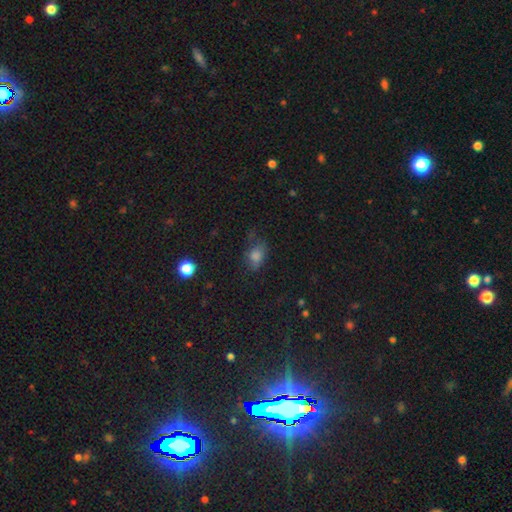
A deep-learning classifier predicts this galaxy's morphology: Overall: smooth (70%). How rounded: in between (73%). Merging: none (59%; minor disturbance 27%).